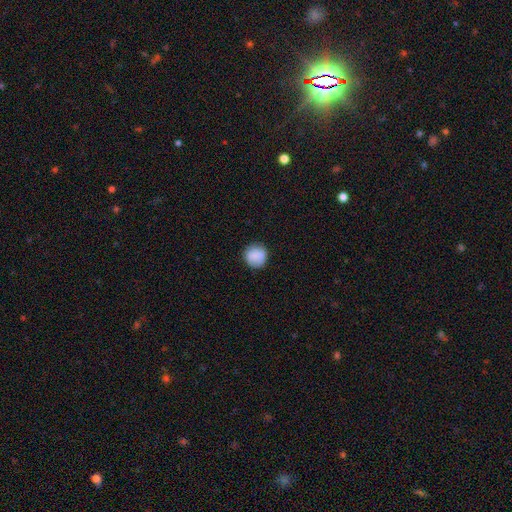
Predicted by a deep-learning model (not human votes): Q: Smooth or featured?
A: smooth (85%); runner-up: featured or disk (8%)
Q: How rounded?
A: round (92%); runner-up: in between (7%)
Q: Merging?
A: none (84%); runner-up: minor disturbance (12%)